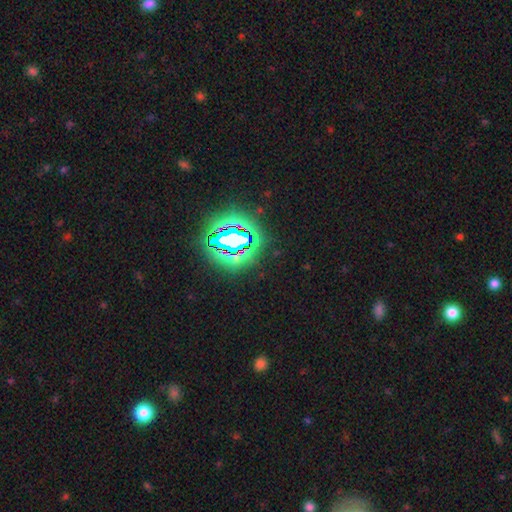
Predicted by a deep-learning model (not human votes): Morphology: type=star or artifact (82%).